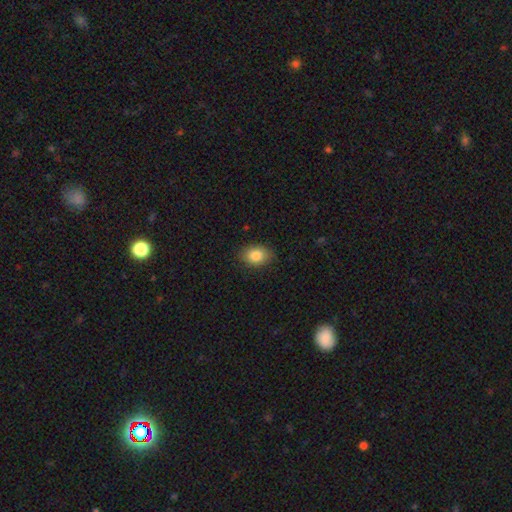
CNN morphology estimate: This appears to be a smooth galaxy with no disk features (85%) that is in between round and cigar-shaped (76%). Merging: none (85%).